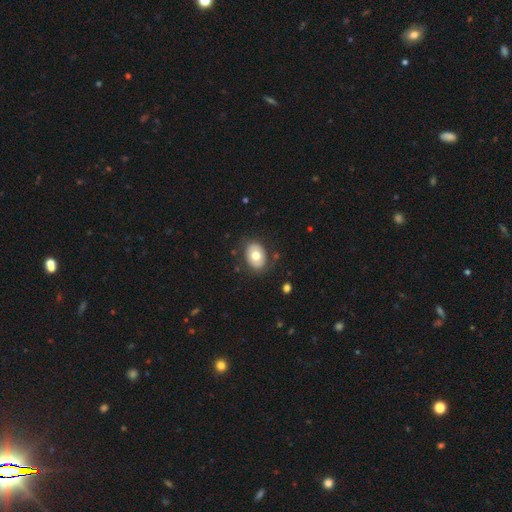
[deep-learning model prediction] smooth-or-featured: smooth: 68% | featured or disk: 25% | star or artifact: 7%
  how-rounded: in between: 65% | round: 34% | cigar-shaped: 1%
  merging: none: 83% | minor disturbance: 12% | major disturbance: 4% | merger: 1%